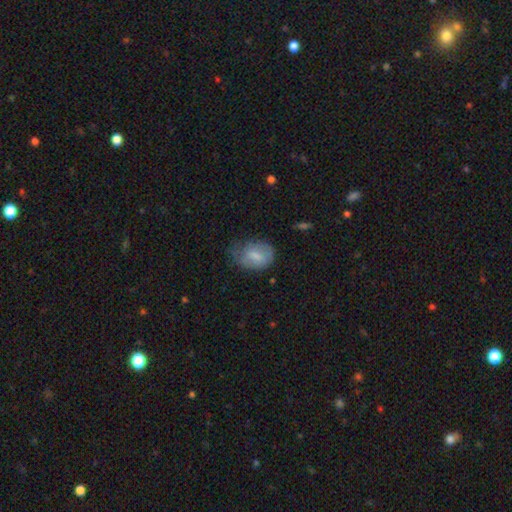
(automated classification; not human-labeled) Smooth or featured: smooth — 70% (featured or disk — 23%)
How rounded: in between — 73% (round — 26%)
Merging: none — 42% (minor disturbance — 38%)